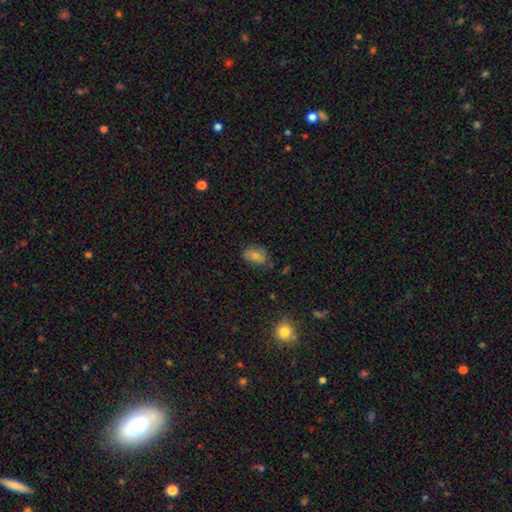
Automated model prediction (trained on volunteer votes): A smooth galaxy with no disk features (61%) that is in between round and cigar-shaped (79%).

Vote fractions:
- Smooth or featured? smooth: 61% / featured or disk: 23% / star or artifact: 16%
- How rounded? in between: 79% / round: 19% / cigar-shaped: 2%
- Merging? none: 71% / minor disturbance: 21% / major disturbance: 5% / merger: 2%